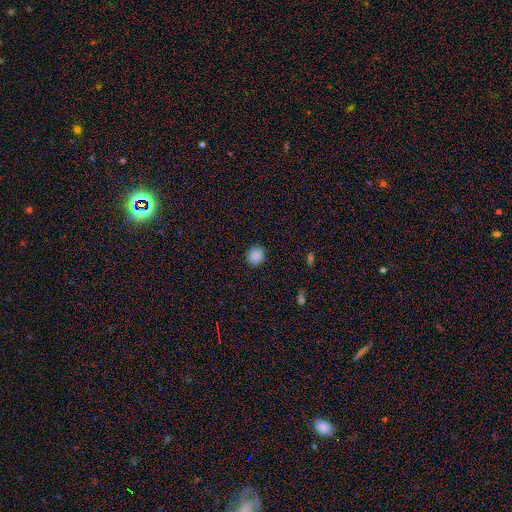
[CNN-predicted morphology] Smooth or featured? Predicted: smooth (p=0.86). How rounded? Predicted: round (p=0.86). Merging? Predicted: none (p=0.88).